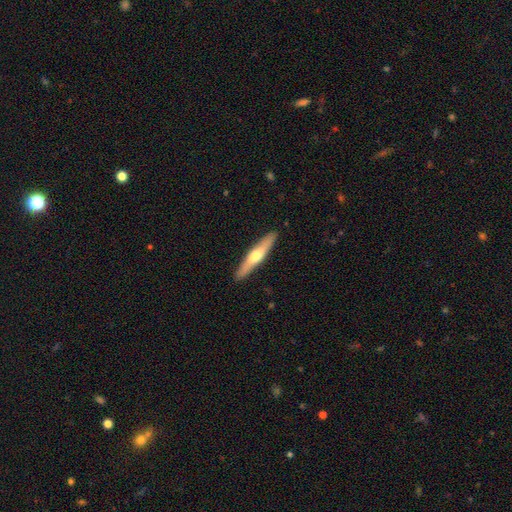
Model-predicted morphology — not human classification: smooth-or-featured: featured or disk: 50% | smooth: 45% | star or artifact: 5%
  merging: none: 90% | minor disturbance: 7% | major disturbance: 1% | merger: 1%